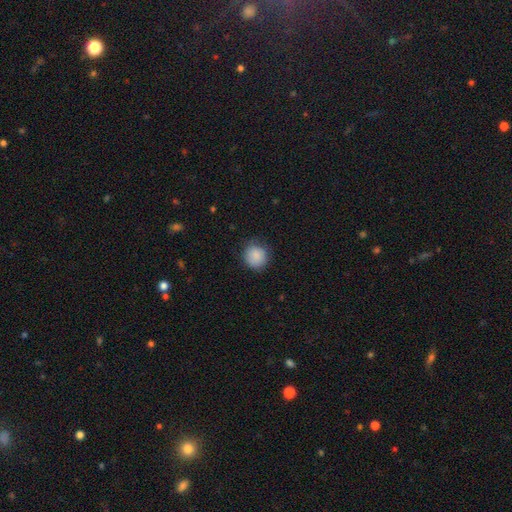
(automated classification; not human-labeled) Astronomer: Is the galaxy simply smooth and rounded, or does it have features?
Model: smooth — 88%.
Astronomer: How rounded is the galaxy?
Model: round — 90%.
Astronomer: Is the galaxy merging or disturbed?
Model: none — 82%.